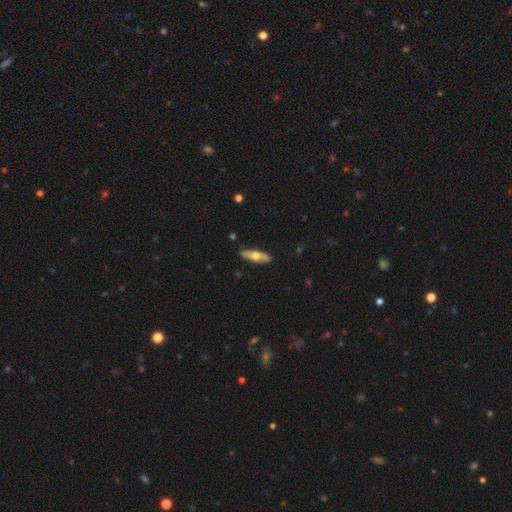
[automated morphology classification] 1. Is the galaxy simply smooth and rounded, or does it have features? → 54% smooth, 41% featured or disk, 5% star or artifact.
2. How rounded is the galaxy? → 50% cigar-shaped, 47% in between, 3% round.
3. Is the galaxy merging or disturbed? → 87% none, 10% minor disturbance, 2% major disturbance, 1% merger.